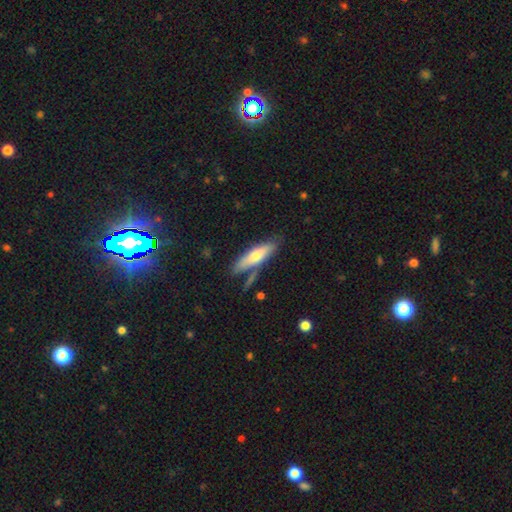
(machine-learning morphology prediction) Q: Smooth or featured?
A: smooth (59%); runner-up: featured or disk (34%)
Q: How rounded?
A: cigar-shaped (64%); runner-up: in between (34%)
Q: Merging?
A: none (70%); runner-up: minor disturbance (17%)